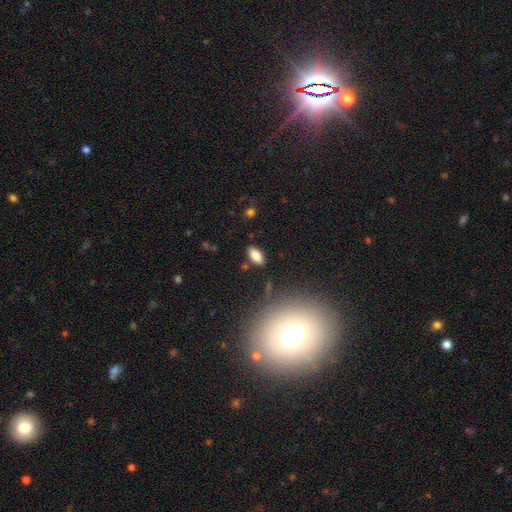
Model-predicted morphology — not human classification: Q: Smooth or featured?
A: smooth (80%); runner-up: featured or disk (10%)
Q: How rounded?
A: in between (90%); runner-up: cigar-shaped (7%)
Q: Merging?
A: none (85%); runner-up: minor disturbance (10%)